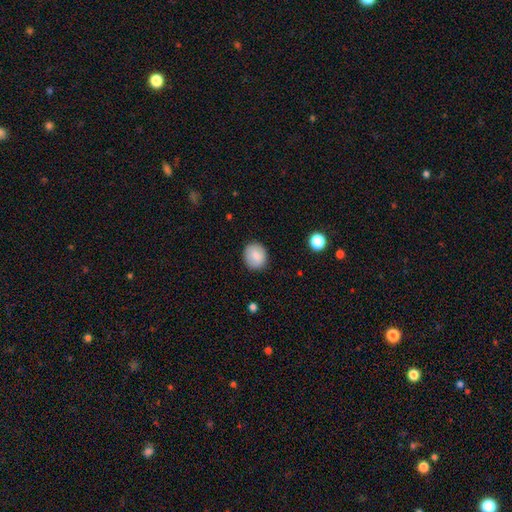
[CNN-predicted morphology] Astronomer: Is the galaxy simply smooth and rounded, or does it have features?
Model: smooth — 85%.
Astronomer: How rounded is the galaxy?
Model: round — 75%.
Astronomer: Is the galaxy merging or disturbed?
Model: none — 87%.